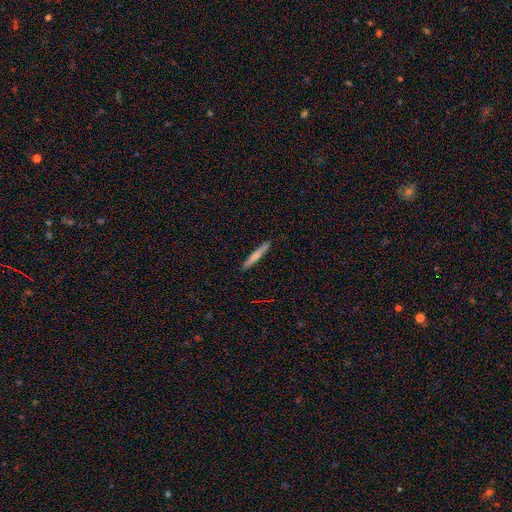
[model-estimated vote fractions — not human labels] Overall: smooth (64%; featured or disk 30%). How rounded: cigar-shaped (95%). Merging: none (91%).